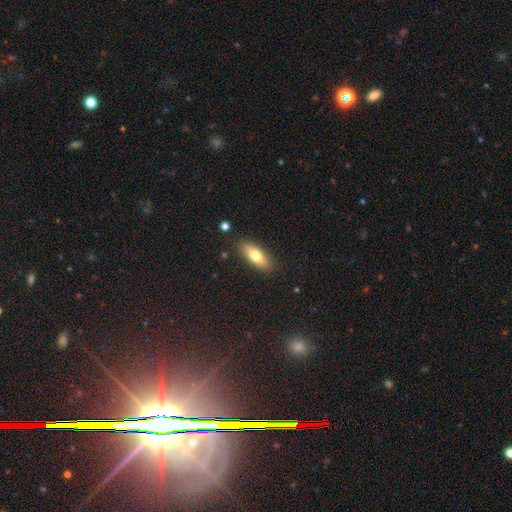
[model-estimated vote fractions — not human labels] A smooth galaxy with no disk features (69%) that is in between round and cigar-shaped (68%). Merging: none (86%).